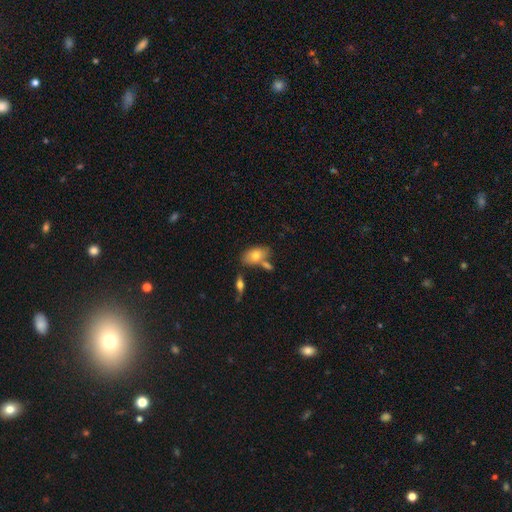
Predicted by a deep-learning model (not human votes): This is likely a smooth galaxy (74%). How rounded: clearly in between (90%). Merging: possibly none (59%).